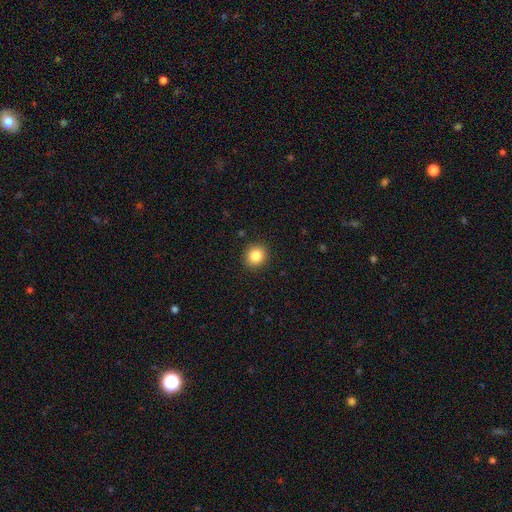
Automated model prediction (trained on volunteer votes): smooth_or_featured: smooth (p=0.84) [alt: star or artifact p=0.10]
how_rounded: round (p=0.81) [alt: in between p=0.18]
merging: none (p=0.91) [alt: minor disturbance p=0.06]